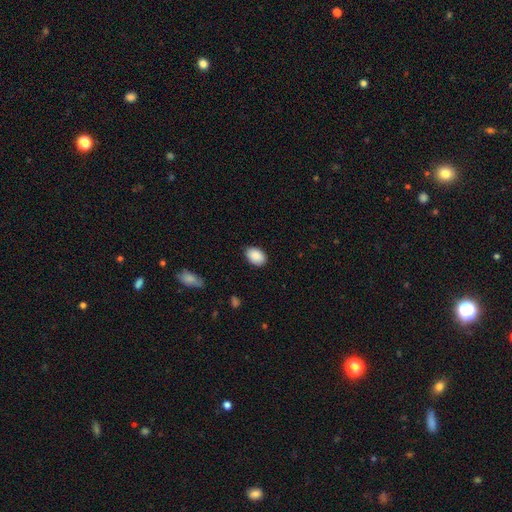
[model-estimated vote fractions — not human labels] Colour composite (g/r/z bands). It shows a smooth galaxy with no disk features (90%) that is in between round and cigar-shaped (85%). Merging: none (86%).